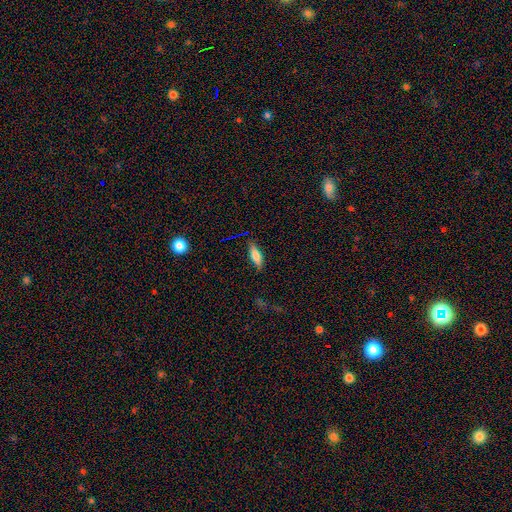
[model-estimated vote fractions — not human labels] Morphology: type=smooth (74%); roundness=in between (60%); merging=none (79%).